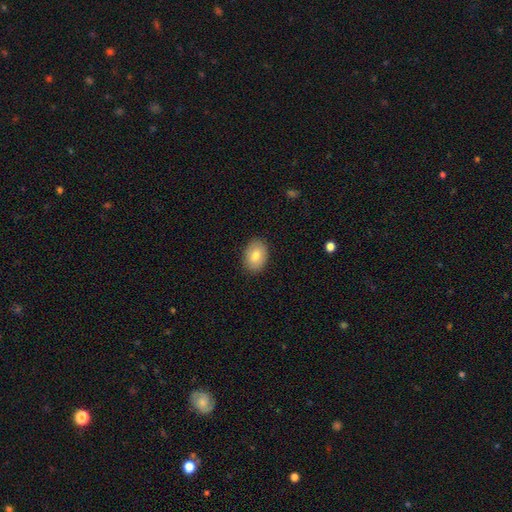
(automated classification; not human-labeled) A smooth galaxy with no disk features (80%) that is in between round and cigar-shaped (72%).

Vote fractions:
- Smooth or featured? smooth: 80% / featured or disk: 13% / star or artifact: 8%
- How rounded? in between: 72% / round: 27% / cigar-shaped: 1%
- Merging? none: 89% / minor disturbance: 8% / major disturbance: 2% / merger: 1%